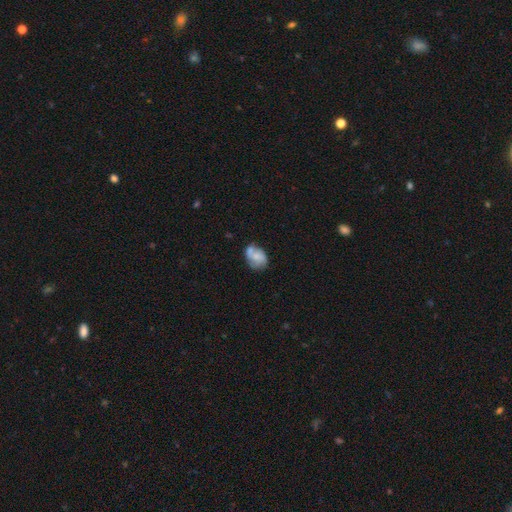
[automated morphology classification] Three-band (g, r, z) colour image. It shows a smooth galaxy with no disk features (55%) that is in between round and cigar-shaped (69%). Merging: none (40%).